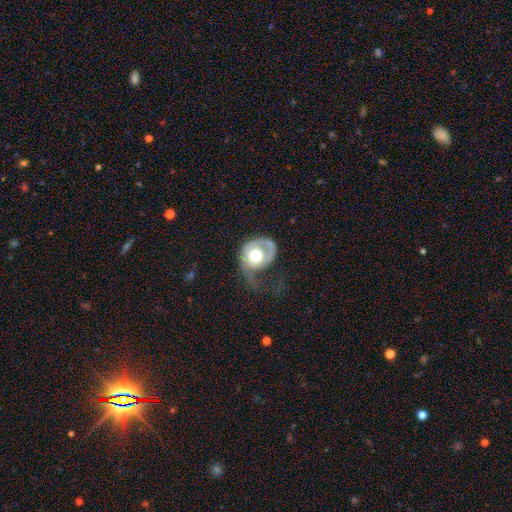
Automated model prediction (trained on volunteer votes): A featured or disk galaxy (57%) with no bar (86%), spiral arms (64%) and a moderate central bulge (55%).

Vote fractions:
- Smooth or featured? featured or disk: 57% / smooth: 38% / star or artifact: 6%
- Edge-on disk? no: 96% / yes: 4%
- Bar? no: 86% / weak: 12% / strong: 3%
- Spiral arms? yes: 64% / no: 36%
- Bulge size? moderate: 55% / large: 36% / small: 4% / dominant: 4% / none: 1%
- Merging? major disturbance: 51% / minor disturbance: 24% / none: 22% / merger: 3%